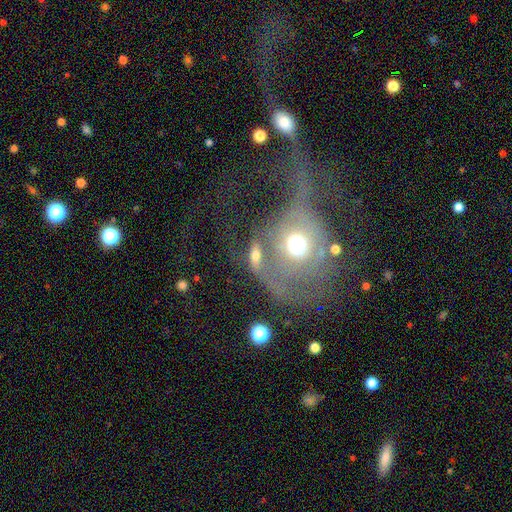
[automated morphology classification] type=smooth (45%); merging=merger (34%).